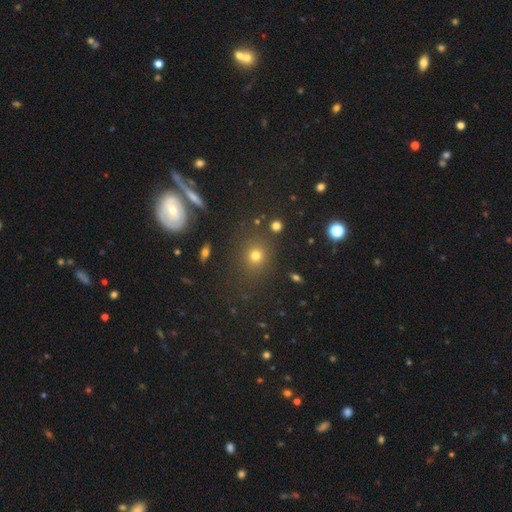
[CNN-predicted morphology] Smooth or featured?
  - smooth: 70% *
  - star or artifact: 21%
  - featured or disk: 9%
How rounded?
  - round: 81% *
  - in between: 17%
  - cigar-shaped: 1%
Merging?
  - none: 83% *
  - minor disturbance: 9%
  - major disturbance: 4%
  - merger: 4%